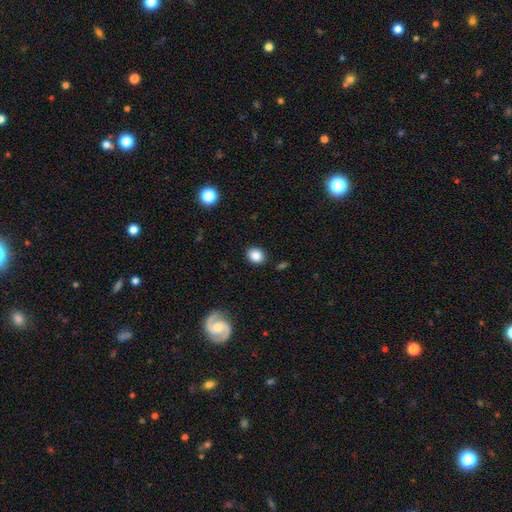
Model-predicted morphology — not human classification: smooth 85%, star or artifact 9%, featured or disk 6%. Down the decision tree: how rounded — round (61%); merging — none (87%).